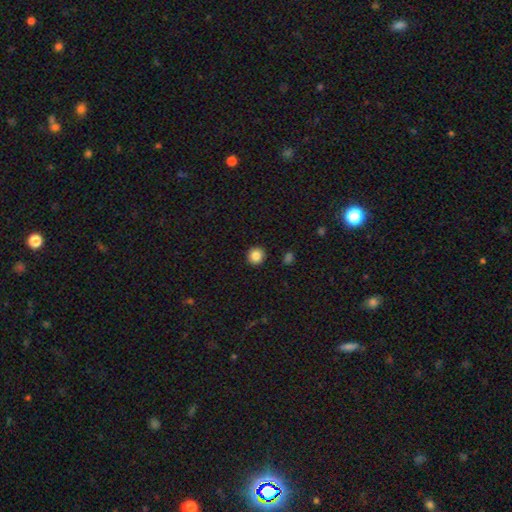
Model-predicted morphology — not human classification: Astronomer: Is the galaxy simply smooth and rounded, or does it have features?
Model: smooth — 86%.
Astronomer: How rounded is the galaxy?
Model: round — 92%.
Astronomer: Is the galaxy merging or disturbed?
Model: none — 92%.